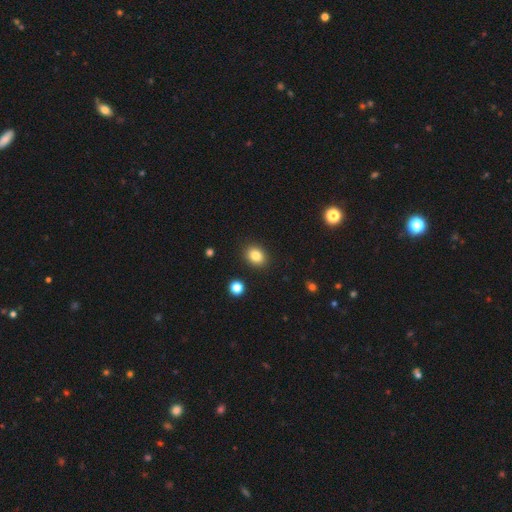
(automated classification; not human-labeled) Smooth or featured?
  - smooth: 83% *
  - star or artifact: 10%
  - featured or disk: 6%
How rounded?
  - round: 51% *
  - in between: 48%
  - cigar-shaped: 1%
Merging?
  - none: 89% *
  - minor disturbance: 7%
  - major disturbance: 2%
  - merger: 2%